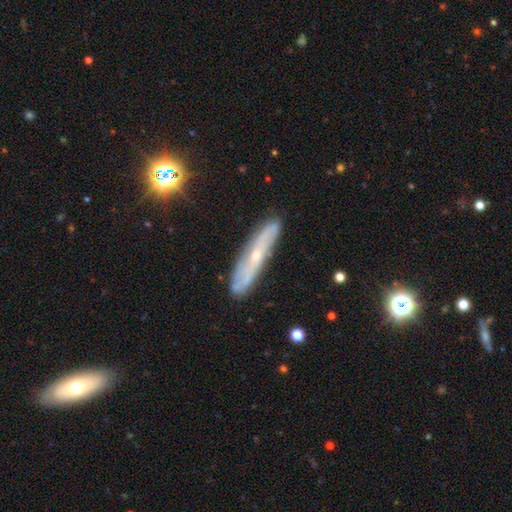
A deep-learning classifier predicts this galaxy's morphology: This appears to be a featured or disk galaxy (63%) viewed edge-on (54%). Merging: none (83%).